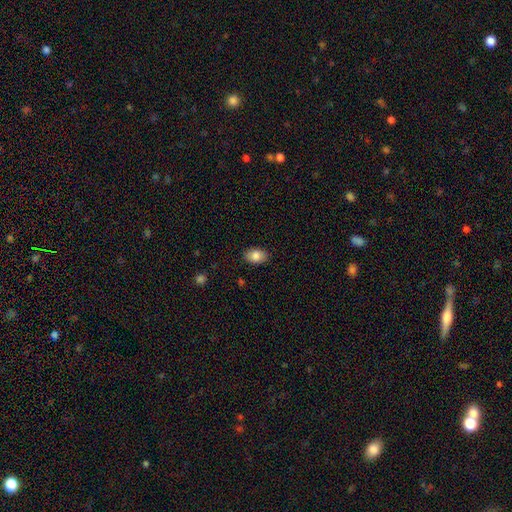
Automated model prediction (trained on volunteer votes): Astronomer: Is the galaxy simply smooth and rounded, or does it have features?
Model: smooth — 85%.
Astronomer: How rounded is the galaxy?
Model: in between — 84%.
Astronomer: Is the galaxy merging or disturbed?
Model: none — 87%.